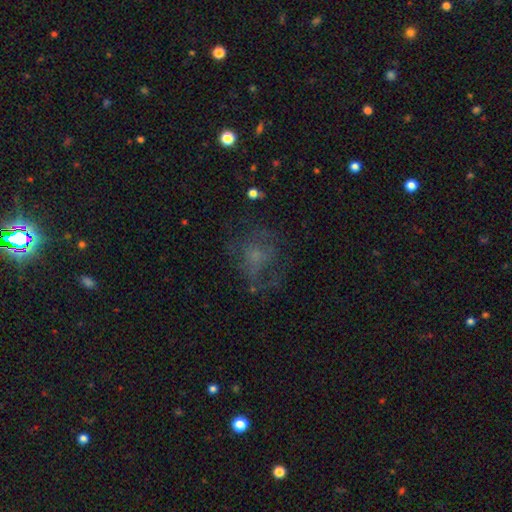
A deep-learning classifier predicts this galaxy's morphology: Smooth or featured: smooth — 41% (featured or disk — 38%)
Merging: none — 51% (major disturbance — 28%)